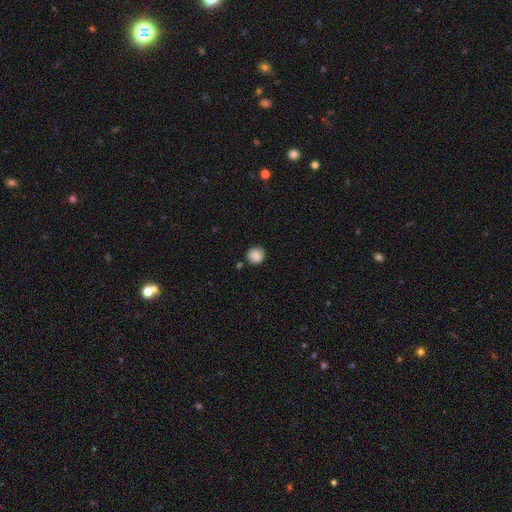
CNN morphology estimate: smooth-or-featured: smooth: 87% | star or artifact: 8% | featured or disk: 4%
  how-rounded: round: 91% | in between: 8% | cigar-shaped: 1%
  merging: none: 82% | minor disturbance: 12% | merger: 4% | major disturbance: 3%